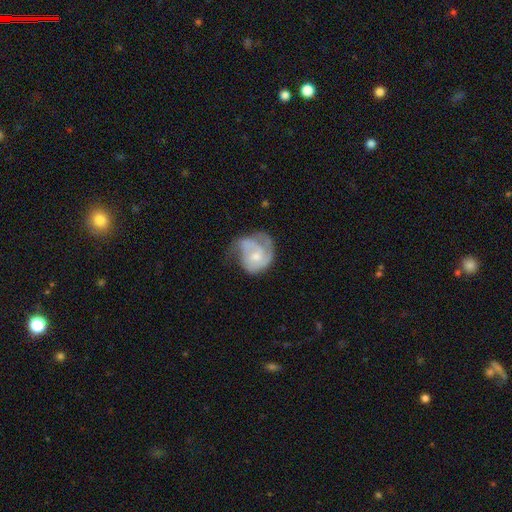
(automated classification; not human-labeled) The model was most divided on "spiral winding": tight: 43%, medium: 40%, loose: 17%. Remaining: edge-on disk — no (98%); spiral arms — yes (86%); bar — no (71%); smooth or featured — featured or disk (71%); bulge size — small (49%); spiral arm count — 2 (39%); merging — none (35%).